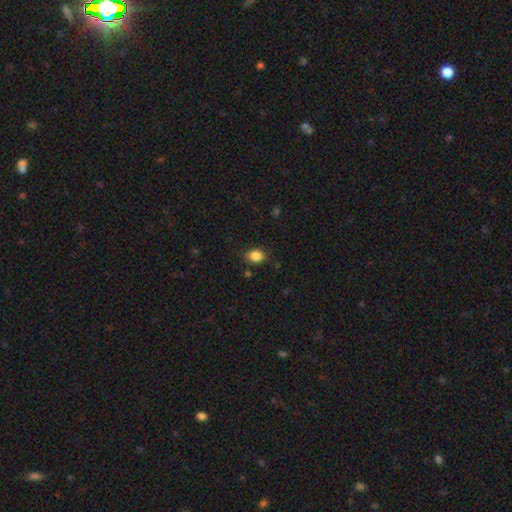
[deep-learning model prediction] This appears to be a smooth galaxy with no disk features (86%) that is in between round and cigar-shaped (64%). Merging: none (83%).